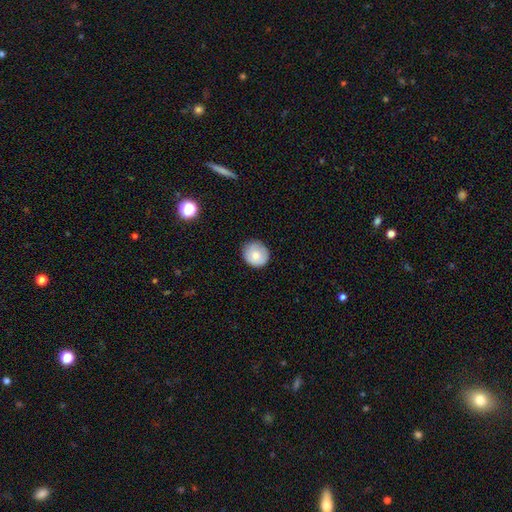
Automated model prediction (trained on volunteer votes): Smooth or featured? Predicted: smooth (p=0.80). How rounded? Predicted: round (p=0.87). Merging? Predicted: none (p=0.87).